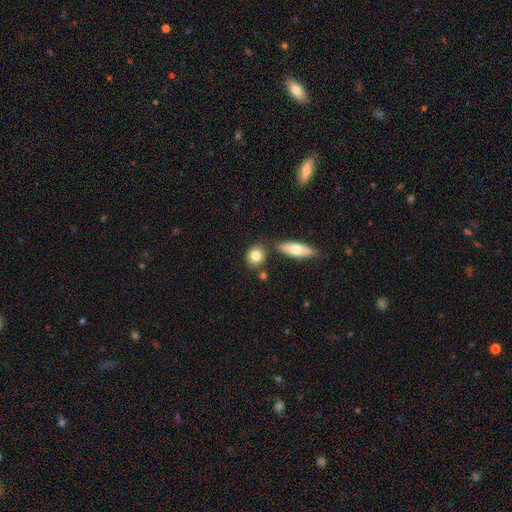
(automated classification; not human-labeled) smooth 82%, featured or disk 11%, star or artifact 8%. Down the decision tree: how rounded — round (66%); merging — none (73%).